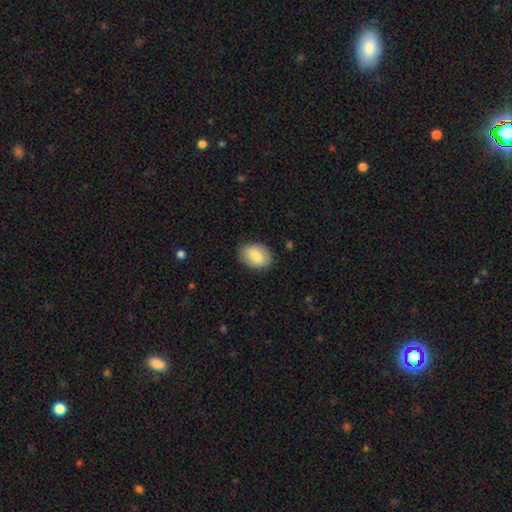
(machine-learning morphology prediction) The model was most divided on "how rounded": in between: 79%, round: 20%, cigar-shaped: 1%. More confident: merging — none (85%); smooth or featured — smooth (79%).